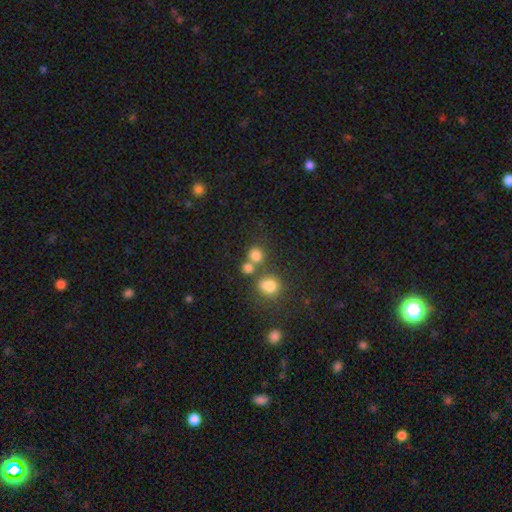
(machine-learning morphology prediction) A smooth galaxy with no disk features (77%) that is round (79%).

Vote fractions:
- Smooth or featured? smooth: 77% / star or artifact: 16% / featured or disk: 7%
- How rounded? round: 79% / in between: 20% / cigar-shaped: 1%
- Merging? none: 56% / merger: 30% / minor disturbance: 9% / major disturbance: 5%